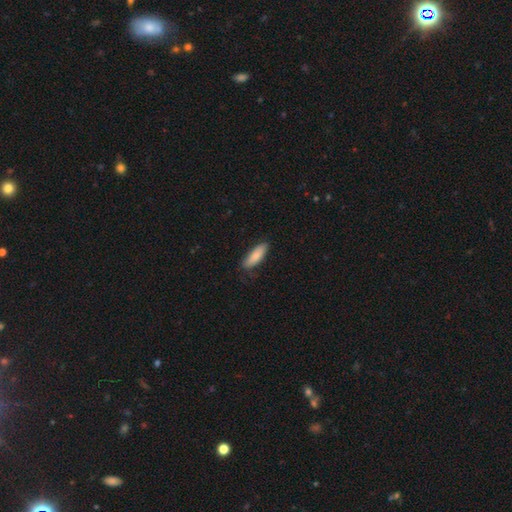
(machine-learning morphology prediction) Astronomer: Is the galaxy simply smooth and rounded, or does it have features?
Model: smooth — 83%.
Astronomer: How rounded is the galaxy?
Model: in between — 53% (runner-up: cigar-shaped, 45%).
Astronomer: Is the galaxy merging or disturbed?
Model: none — 80%.